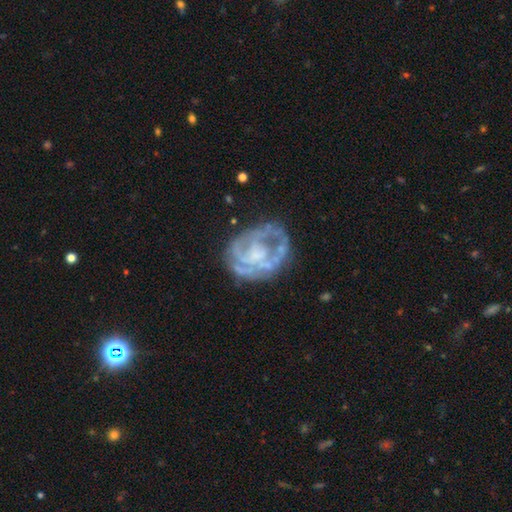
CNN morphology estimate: smooth-or-featured: featured or disk: 80% | smooth: 13% | star or artifact: 7%
  disk-edge-on: no: 98% | yes: 2%
    bar: no: 71% | weak: 22% | strong: 6%
    has-spiral-arms: yes: 64% | no: 36%
    bulge-size: none: 38% | small: 32% | moderate: 24% | large: 5% | dominant: 2%
  merging: none: 59% | minor disturbance: 21% | major disturbance: 17% | merger: 3%